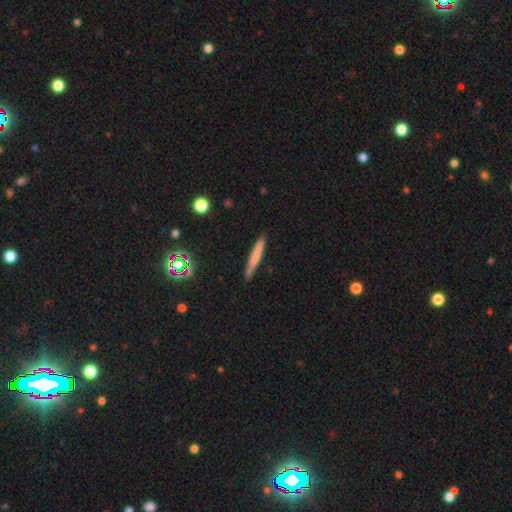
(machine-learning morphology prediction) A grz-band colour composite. It shows a smooth galaxy with no disk features (68%) that is cigar-shaped (95%). Merging: none (88%).